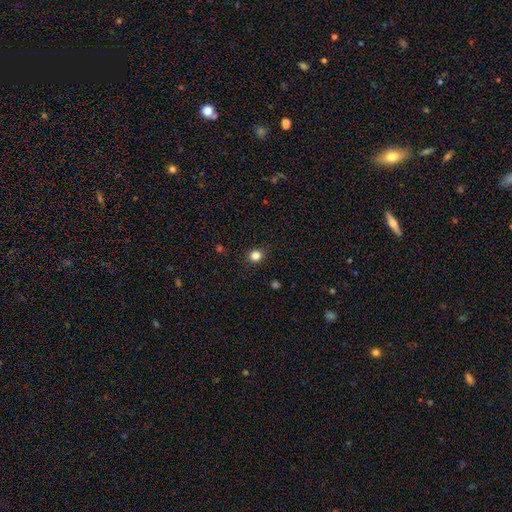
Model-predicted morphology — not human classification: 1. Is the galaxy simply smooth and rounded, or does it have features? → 82% smooth, 13% star or artifact, 5% featured or disk.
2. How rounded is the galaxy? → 83% round, 16% in between, 1% cigar-shaped.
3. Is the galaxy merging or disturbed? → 89% none, 8% minor disturbance, 2% major disturbance, 1% merger.